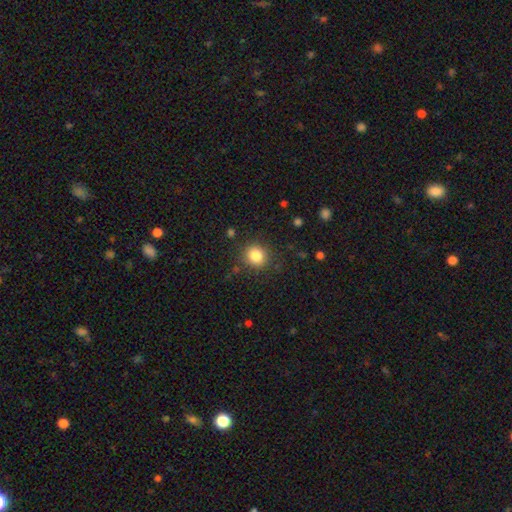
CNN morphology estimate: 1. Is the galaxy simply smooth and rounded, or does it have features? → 83% smooth, 11% star or artifact, 6% featured or disk.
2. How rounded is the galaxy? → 84% round, 16% in between, 1% cigar-shaped.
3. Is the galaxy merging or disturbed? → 85% none, 9% minor disturbance, 3% major disturbance, 2% merger.